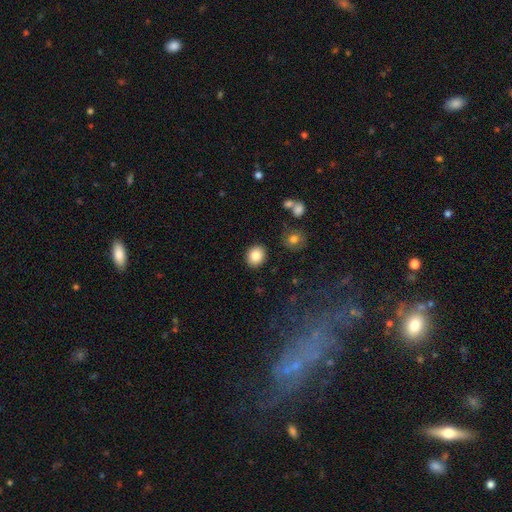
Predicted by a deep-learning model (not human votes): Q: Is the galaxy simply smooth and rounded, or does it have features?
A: smooth — 83%.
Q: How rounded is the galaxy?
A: round — 63%.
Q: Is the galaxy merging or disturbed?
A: none — 88%.